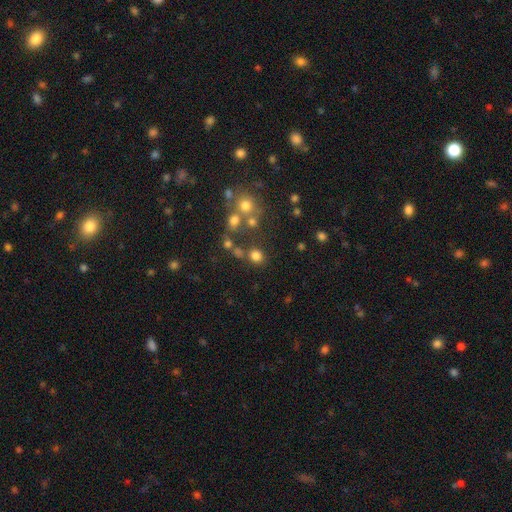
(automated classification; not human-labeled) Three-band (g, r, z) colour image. It shows a smooth galaxy with no disk features (76%) that is round (82%). Merging: none (71%).